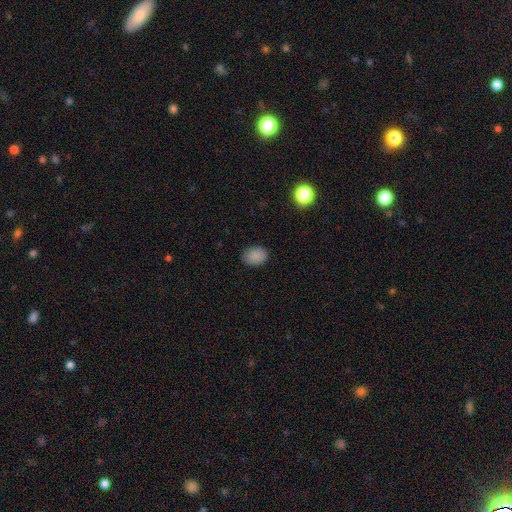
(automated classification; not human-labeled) Smooth or featured? Predicted: smooth (p=0.86). How rounded? Predicted: in between (p=0.65). Merging? Predicted: none (p=0.84).